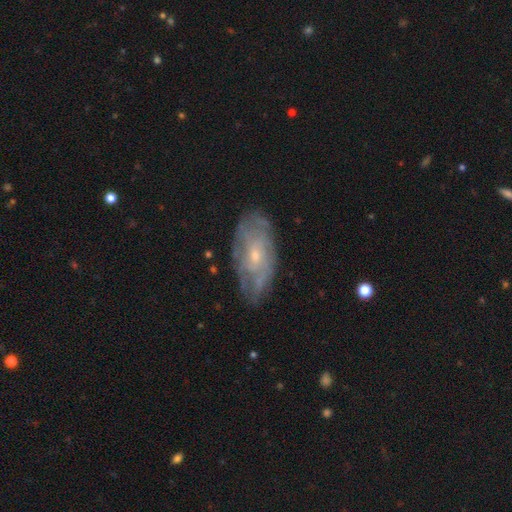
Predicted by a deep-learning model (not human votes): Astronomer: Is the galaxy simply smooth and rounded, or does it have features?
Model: featured or disk — 68%.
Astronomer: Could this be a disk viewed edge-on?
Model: no — 91%.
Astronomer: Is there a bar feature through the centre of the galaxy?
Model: no — 76%.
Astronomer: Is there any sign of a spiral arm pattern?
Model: yes — 69%.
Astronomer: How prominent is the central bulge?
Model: small — 68%.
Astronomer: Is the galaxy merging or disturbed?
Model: none — 70%.